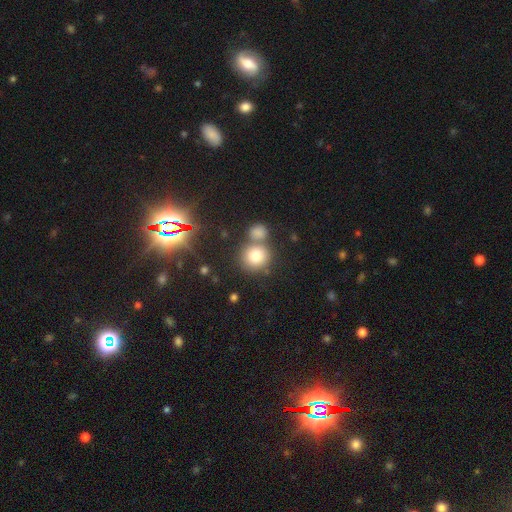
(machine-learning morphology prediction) The model was most divided on "merging": none: 61%, merger: 27%, minor disturbance: 9%, major disturbance: 4%. More confident: how rounded — round (88%); smooth or featured — smooth (78%).